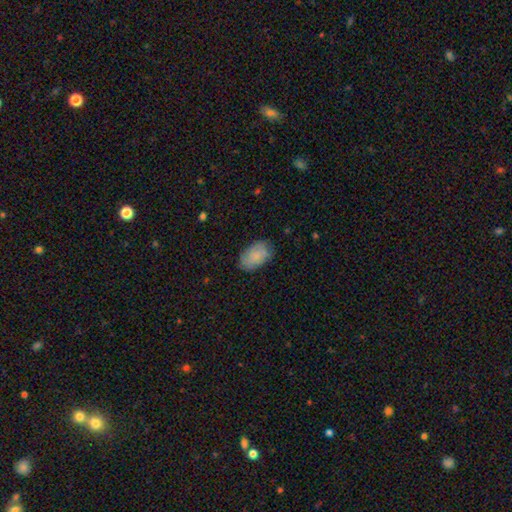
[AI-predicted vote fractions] Morphology: type=smooth (77%); roundness=in between (92%); merging=none (77%).